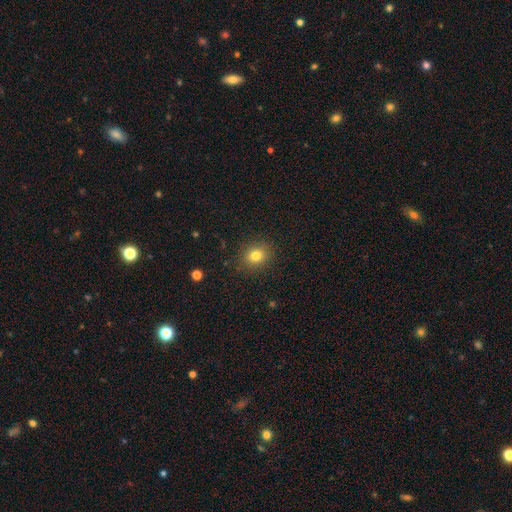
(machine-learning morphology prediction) Smooth or featured?
  - smooth: 81% *
  - star or artifact: 12%
  - featured or disk: 7%
How rounded?
  - round: 66% *
  - in between: 34%
  - cigar-shaped: 1%
Merging?
  - none: 88% *
  - minor disturbance: 8%
  - major disturbance: 3%
  - merger: 1%